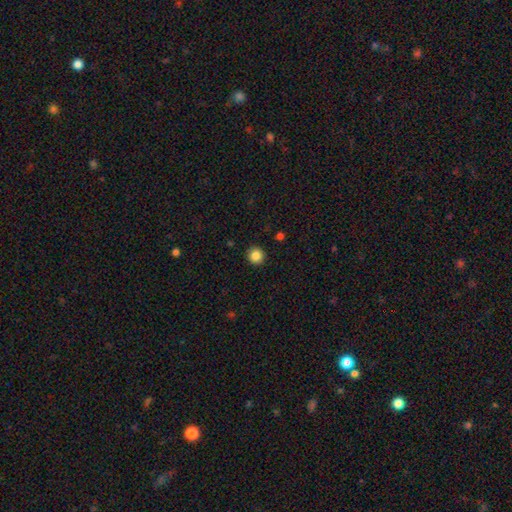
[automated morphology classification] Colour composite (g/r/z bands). It shows a smooth galaxy with no disk features (85%) that is round (93%). Merging: none (92%).